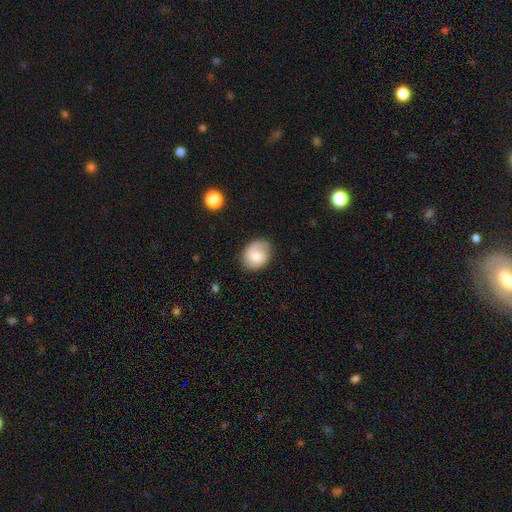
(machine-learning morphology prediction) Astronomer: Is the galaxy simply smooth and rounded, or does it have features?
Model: smooth — 60%.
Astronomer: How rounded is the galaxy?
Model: in between — 51% (runner-up: round, 48%).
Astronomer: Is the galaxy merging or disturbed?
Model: none — 71%.